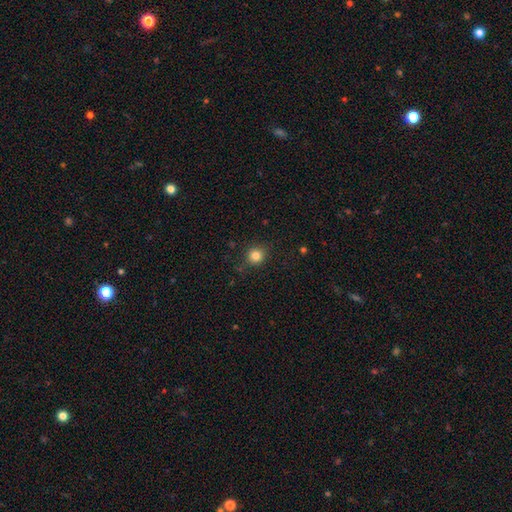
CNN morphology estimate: smooth_or_featured: smooth (p=0.83) [alt: star or artifact p=0.12]
how_rounded: round (p=0.90) [alt: in between p=0.09]
merging: none (p=0.86) [alt: minor disturbance p=0.09]